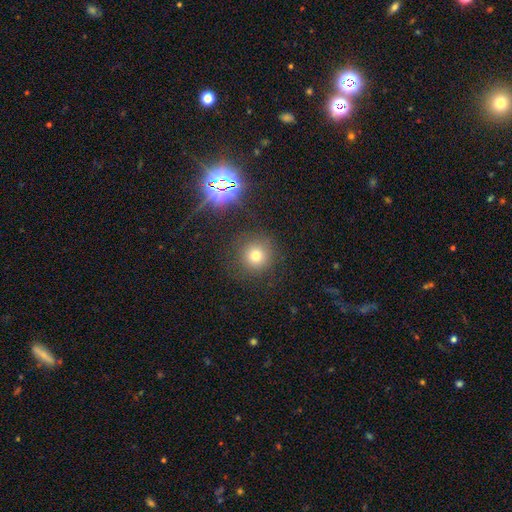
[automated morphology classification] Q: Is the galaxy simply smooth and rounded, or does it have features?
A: smooth — 71%.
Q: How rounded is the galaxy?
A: round — 94%.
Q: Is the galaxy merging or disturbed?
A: none — 85%.